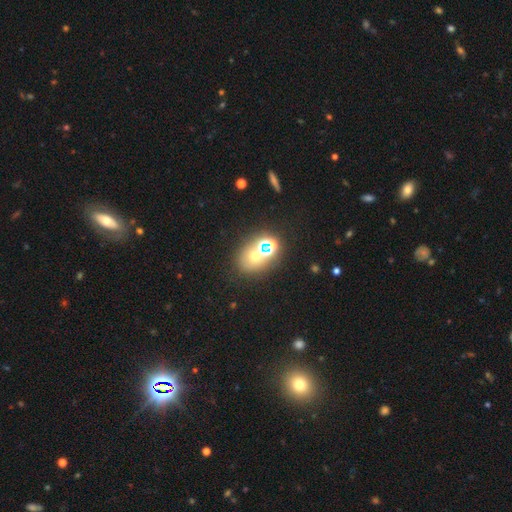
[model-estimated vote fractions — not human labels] Smooth or featured? Predicted: smooth (p=0.50). How rounded? Predicted: round (p=0.60). Merging? Predicted: none (p=0.60).